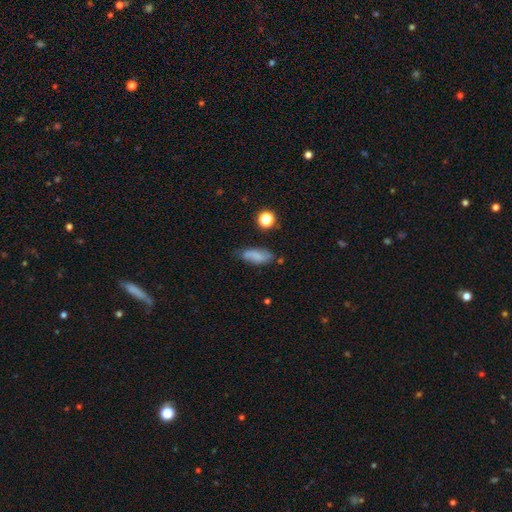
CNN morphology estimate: This is likely a smooth galaxy (72%). How rounded: likely in between (76%). Merging: likely none (64%).